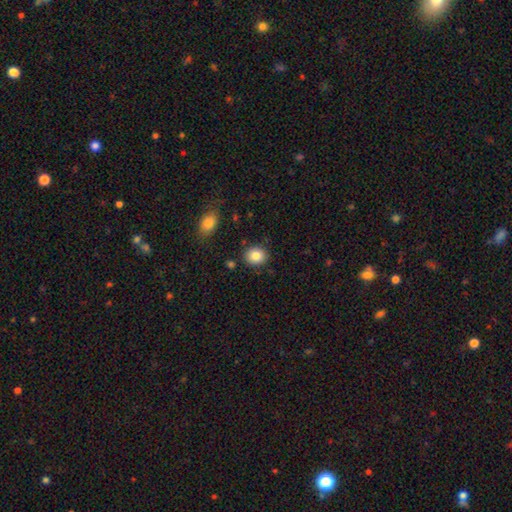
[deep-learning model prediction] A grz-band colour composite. It shows a smooth galaxy with no disk features (85%) that is round (67%). Merging: none (87%).